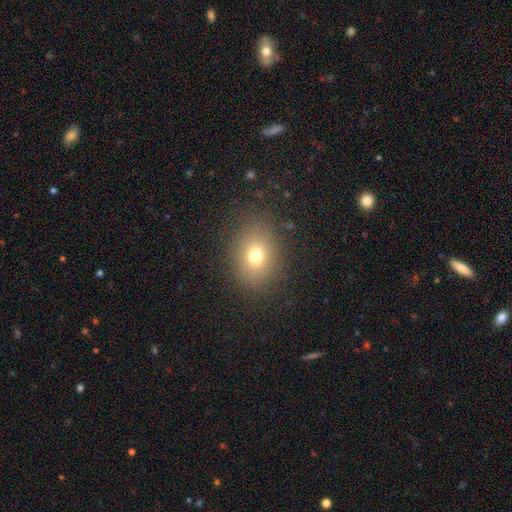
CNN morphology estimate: Q: Smooth or featured?
A: smooth (72%); runner-up: star or artifact (16%)
Q: How rounded?
A: in between (52%); runner-up: round (47%)
Q: Merging?
A: none (85%); runner-up: minor disturbance (10%)